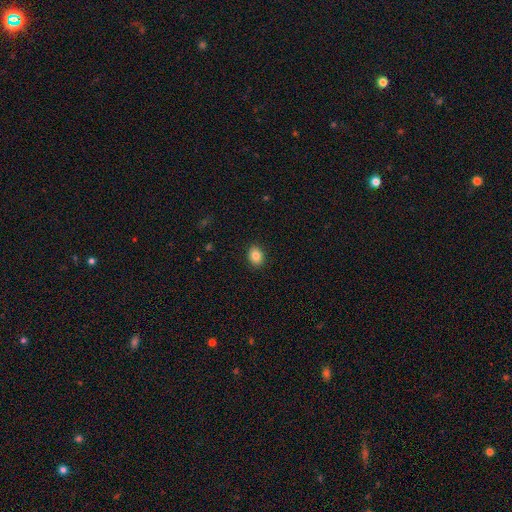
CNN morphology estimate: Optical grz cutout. It shows a smooth galaxy with no disk features (84%) that is in between round and cigar-shaped (53%). Merging: none (90%).